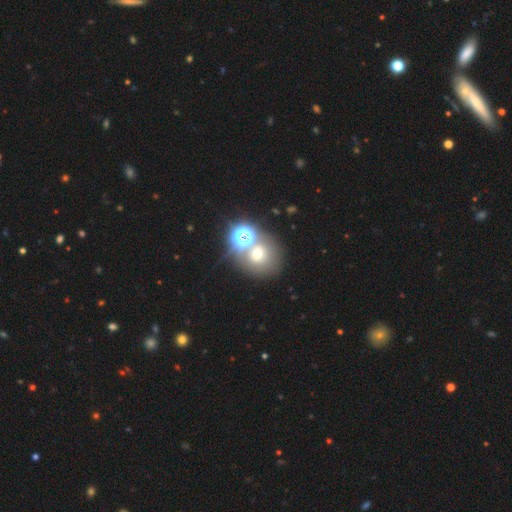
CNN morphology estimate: Smooth or featured? Predicted: smooth (p=0.54). How rounded? Predicted: round (p=0.81). Merging? Predicted: none (p=0.50).